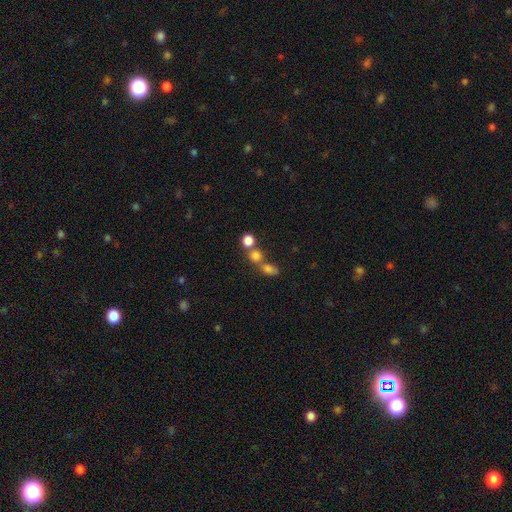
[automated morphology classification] The model was most divided on "merging": none: 45%, merger: 44%, minor disturbance: 7%, major disturbance: 5%. More confident: how rounded — round (77%); smooth or featured — smooth (74%).